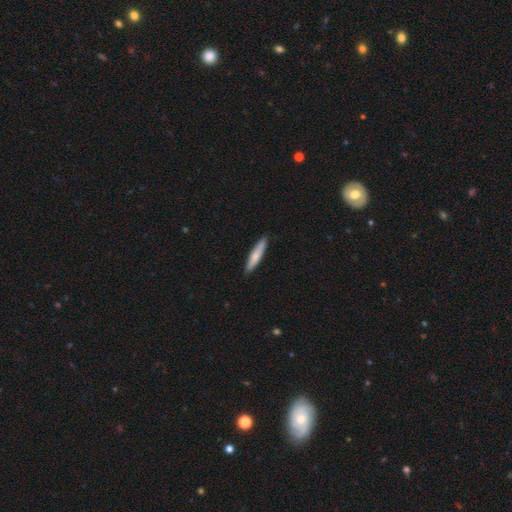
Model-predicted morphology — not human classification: The model was most divided on "smooth or featured": smooth: 72%, featured or disk: 23%, star or artifact: 5%. More confident: merging — none (89%); how rounded — cigar-shaped (88%).